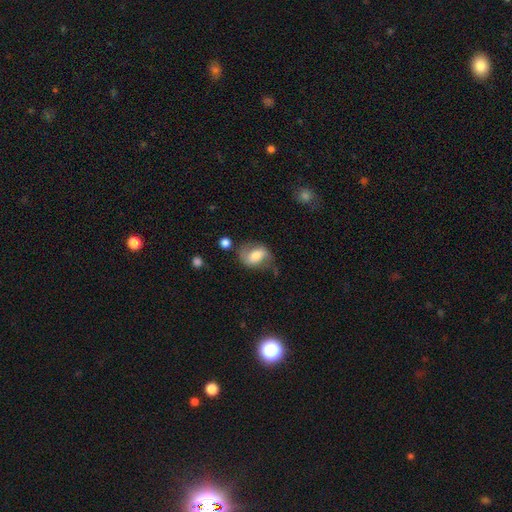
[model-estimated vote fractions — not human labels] Q: Smooth or featured?
A: featured or disk (48%); runner-up: smooth (45%)
Q: Merging?
A: none (57%); runner-up: minor disturbance (26%)